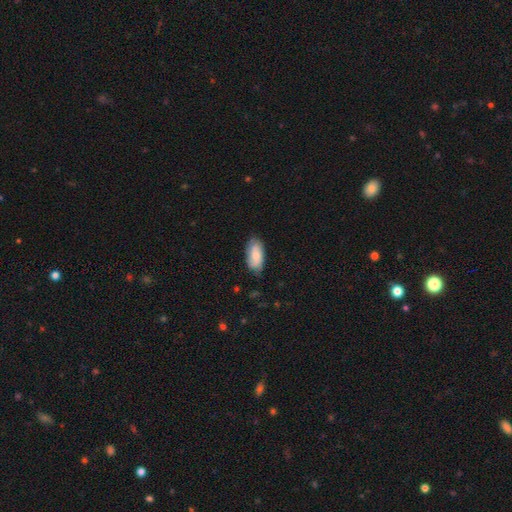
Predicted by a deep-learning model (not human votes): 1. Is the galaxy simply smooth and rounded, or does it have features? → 81% smooth, 13% featured or disk, 6% star or artifact.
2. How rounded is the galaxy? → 92% in between, 6% cigar-shaped, 2% round.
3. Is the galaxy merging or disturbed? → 75% none, 20% minor disturbance, 3% major disturbance, 1% merger.